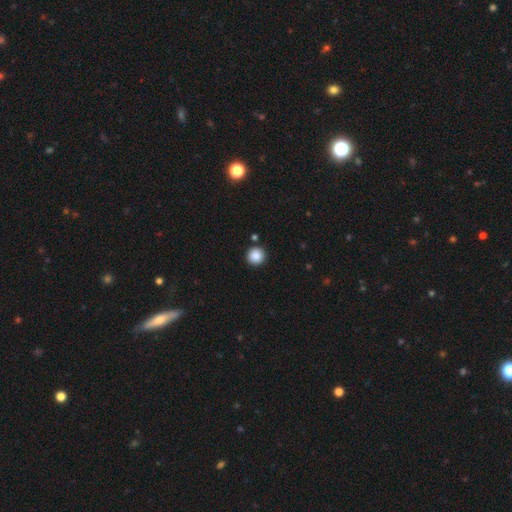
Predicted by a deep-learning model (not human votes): Overall: smooth (88%). How rounded: round (96%). Merging: none (90%).